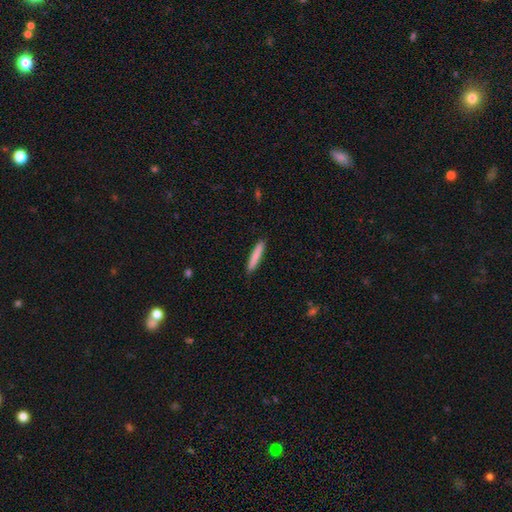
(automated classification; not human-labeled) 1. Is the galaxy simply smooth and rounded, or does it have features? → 84% smooth, 11% featured or disk, 6% star or artifact.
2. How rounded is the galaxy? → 93% cigar-shaped, 6% in between, 1% round.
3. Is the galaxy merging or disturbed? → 90% none, 8% minor disturbance, 1% major disturbance, 1% merger.